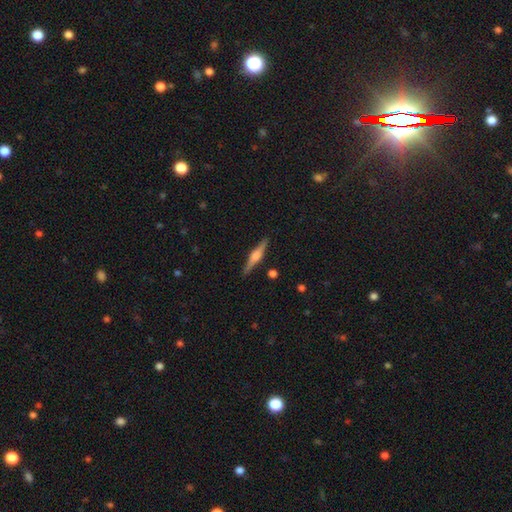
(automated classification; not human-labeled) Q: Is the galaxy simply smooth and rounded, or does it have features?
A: featured or disk — 68%.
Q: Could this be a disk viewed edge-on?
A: yes — 98%.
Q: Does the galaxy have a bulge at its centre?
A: rounded — 80%.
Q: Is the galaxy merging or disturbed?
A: none — 89%.